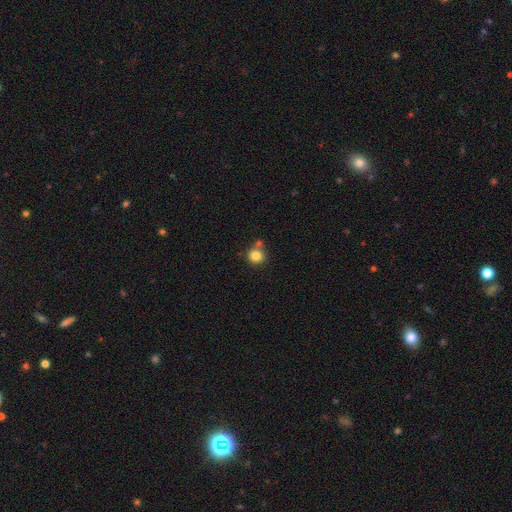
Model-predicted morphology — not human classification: Overall: smooth (83%). How rounded: round (89%). Merging: none (65%).